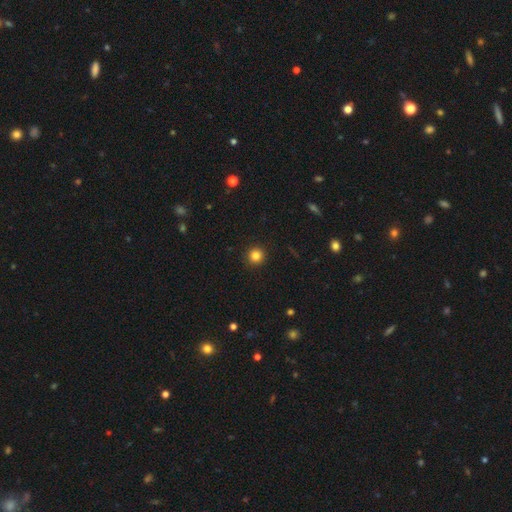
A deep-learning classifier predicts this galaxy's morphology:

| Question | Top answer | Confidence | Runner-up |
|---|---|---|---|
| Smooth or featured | smooth | 84% | star or artifact (12%) |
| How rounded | round | 95% | in between (4%) |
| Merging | none | 93% | minor disturbance (4%) |